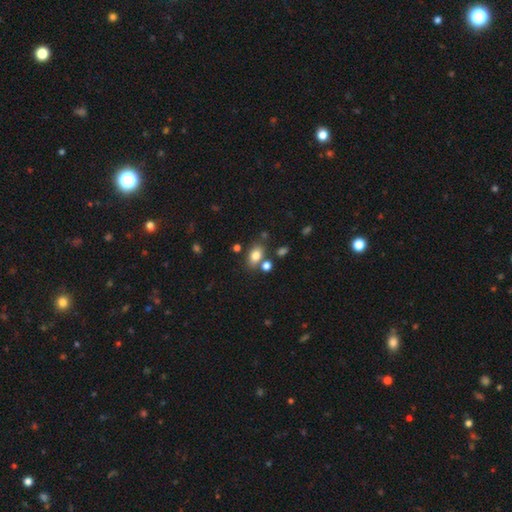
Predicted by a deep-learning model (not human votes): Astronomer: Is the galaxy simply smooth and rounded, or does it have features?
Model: smooth — 79%.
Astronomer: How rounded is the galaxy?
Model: in between — 81%.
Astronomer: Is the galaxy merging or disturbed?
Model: none — 68%.